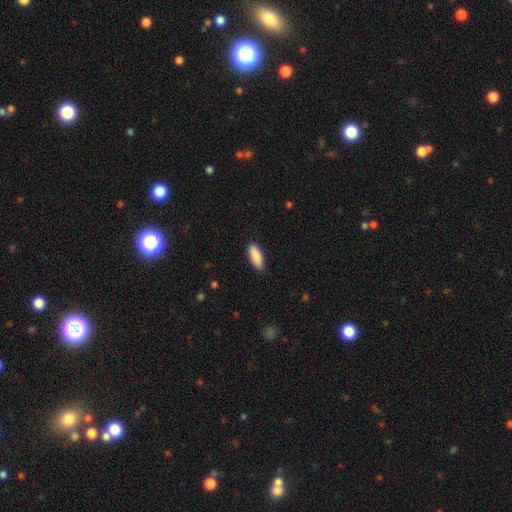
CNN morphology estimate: smooth_or_featured: smooth (p=0.90) [alt: star or artifact p=0.06]
how_rounded: in between (p=0.75) [alt: cigar-shaped p=0.23]
merging: none (p=0.87) [alt: minor disturbance p=0.10]